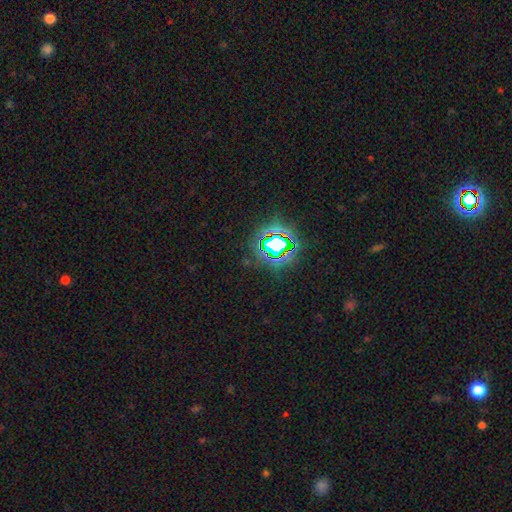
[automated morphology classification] type=star or artifact (81%).